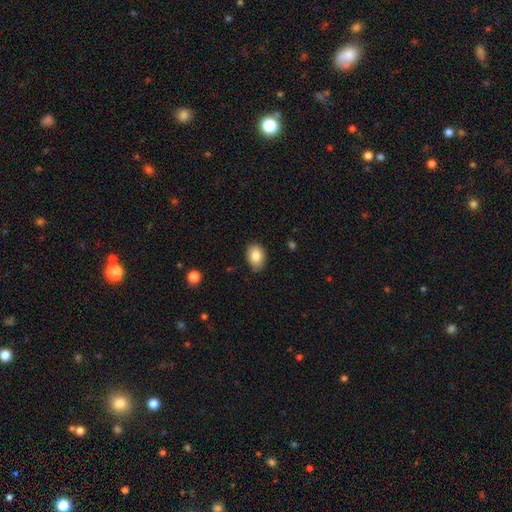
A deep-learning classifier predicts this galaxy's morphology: smooth-or-featured: smooth: 84% | star or artifact: 8% | featured or disk: 8%
  how-rounded: in between: 80% | round: 19% | cigar-shaped: 1%
  merging: none: 82% | minor disturbance: 15% | major disturbance: 2% | merger: 1%